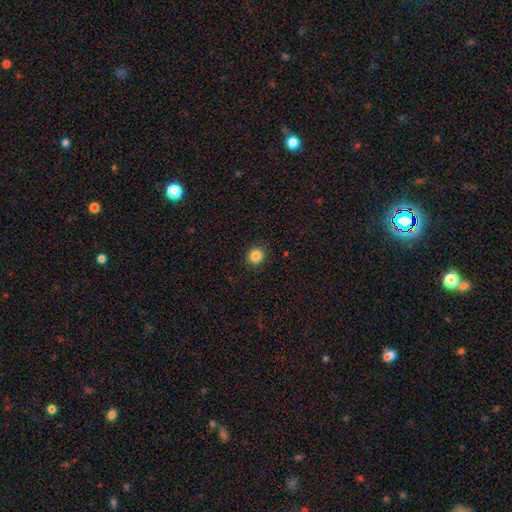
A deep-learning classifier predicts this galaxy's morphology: The model was most divided on "smooth or featured": smooth: 85%, star or artifact: 11%, featured or disk: 4%. More confident: merging — none (91%); how rounded — round (89%).